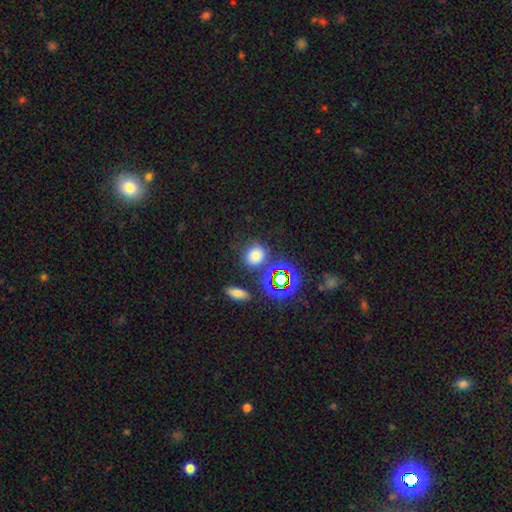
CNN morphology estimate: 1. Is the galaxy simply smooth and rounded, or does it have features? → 69% smooth, 24% star or artifact, 7% featured or disk.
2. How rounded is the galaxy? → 74% round, 24% in between, 2% cigar-shaped.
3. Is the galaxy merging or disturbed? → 76% none, 12% minor disturbance, 8% merger, 5% major disturbance.